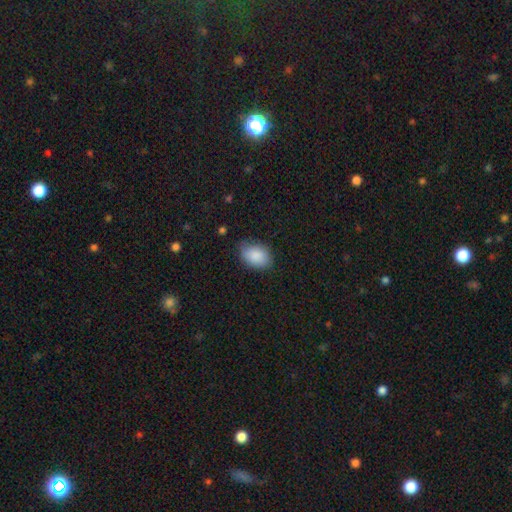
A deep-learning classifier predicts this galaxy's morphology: Smooth or featured: smooth — 88% (star or artifact — 7%)
How rounded: in between — 83% (round — 16%)
Merging: none — 75% (minor disturbance — 20%)